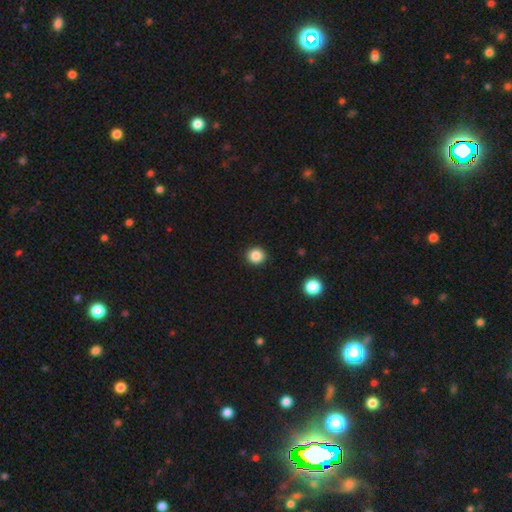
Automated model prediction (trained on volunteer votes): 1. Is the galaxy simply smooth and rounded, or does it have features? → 86% smooth, 11% star or artifact, 3% featured or disk.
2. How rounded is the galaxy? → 91% round, 8% in between, 1% cigar-shaped.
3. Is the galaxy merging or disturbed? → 92% none, 5% minor disturbance, 2% major disturbance, 1% merger.